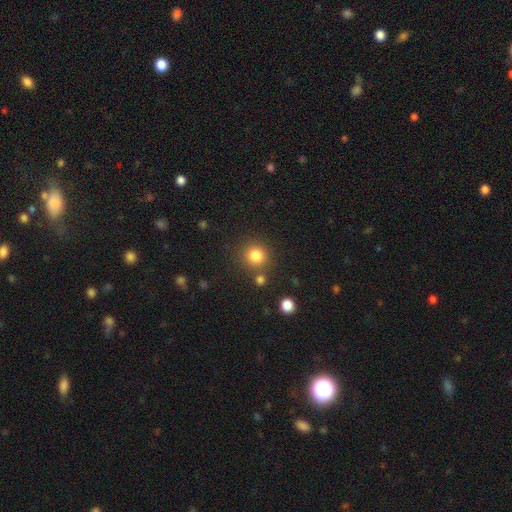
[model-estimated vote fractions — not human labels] Overall: smooth (83%). How rounded: round (92%). Merging: none (81%).